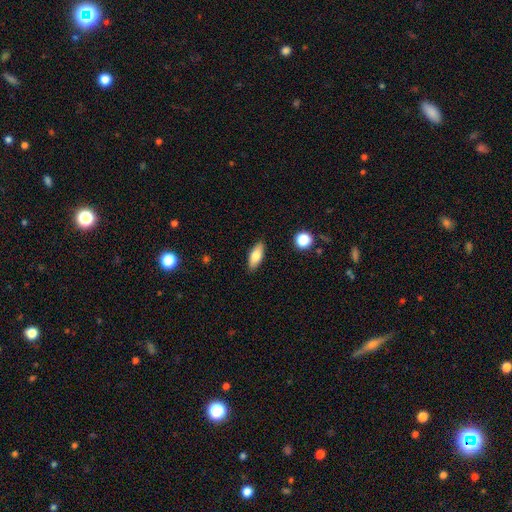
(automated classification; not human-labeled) Q: Smooth or featured?
A: smooth (79%); runner-up: featured or disk (14%)
Q: How rounded?
A: in between (79%); runner-up: cigar-shaped (18%)
Q: Merging?
A: none (87%); runner-up: minor disturbance (9%)